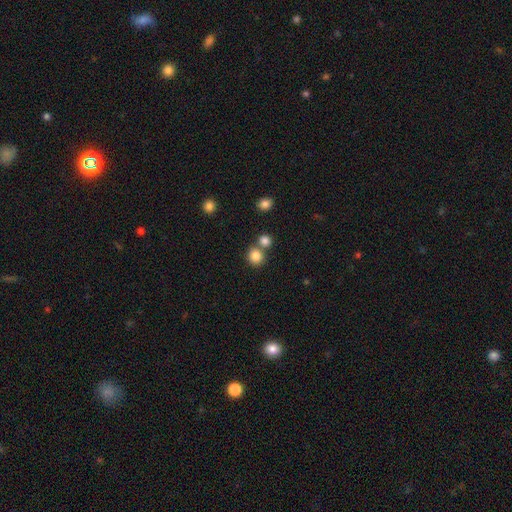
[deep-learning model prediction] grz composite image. It shows a smooth galaxy with no disk features (83%) that is round (88%). Merging: none (63%).